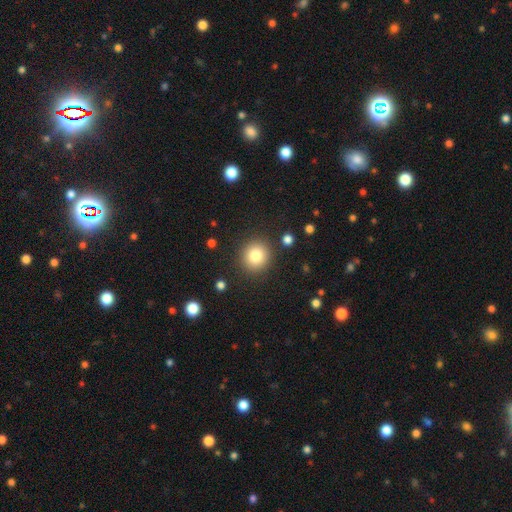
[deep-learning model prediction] The model was most divided on "smooth or featured": smooth: 82%, star or artifact: 11%, featured or disk: 8%. More confident: how rounded — round (90%); merging — none (89%).